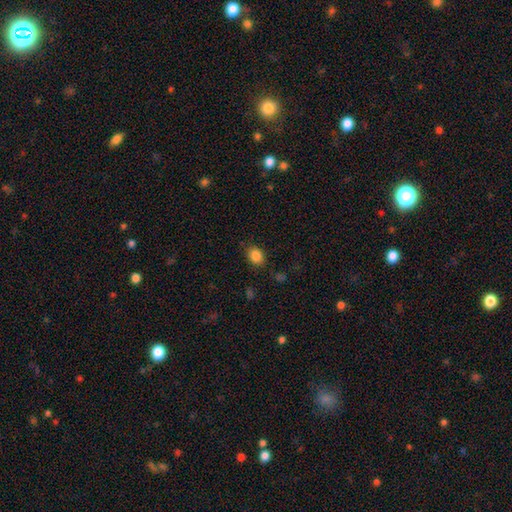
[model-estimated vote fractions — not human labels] A smooth galaxy with no disk features (85%) that is in between round and cigar-shaped (58%).

Vote fractions:
- Smooth or featured? smooth: 85% / star or artifact: 10% / featured or disk: 5%
- How rounded? in between: 58% / round: 41% / cigar-shaped: 1%
- Merging? none: 83% / minor disturbance: 12% / major disturbance: 3% / merger: 2%